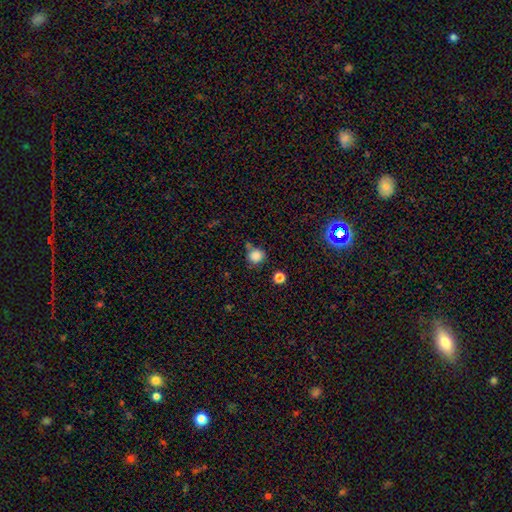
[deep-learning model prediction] Q: Smooth or featured?
A: smooth (84%); runner-up: star or artifact (12%)
Q: How rounded?
A: round (90%); runner-up: in between (9%)
Q: Merging?
A: none (68%); runner-up: minor disturbance (15%)